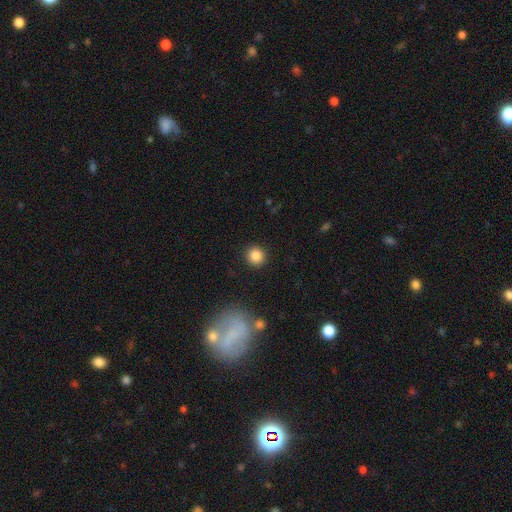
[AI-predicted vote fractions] Smooth or featured? smooth (85%)
How rounded? round (93%)
Merging? none (91%)